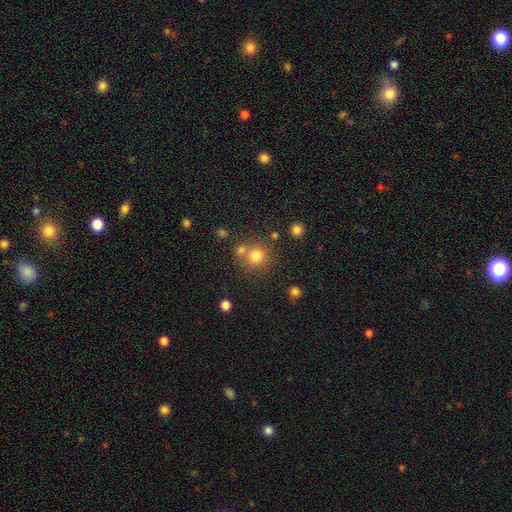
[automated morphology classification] smooth-or-featured: smooth: 78% | star or artifact: 14% | featured or disk: 8%
  how-rounded: round: 91% | in between: 8% | cigar-shaped: 1%
  merging: none: 68% | merger: 20% | minor disturbance: 9% | major disturbance: 4%